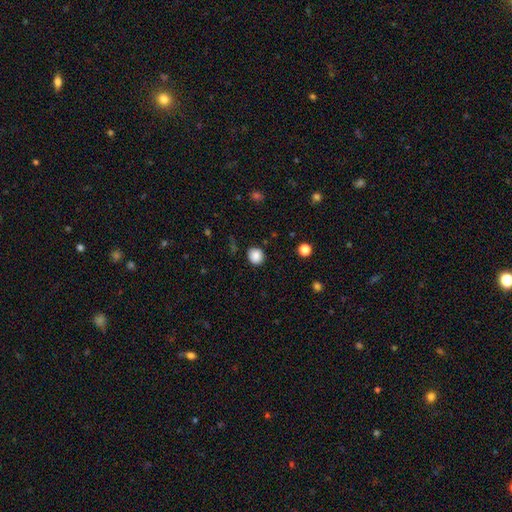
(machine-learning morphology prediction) Smooth or featured: smooth — 86% (star or artifact — 10%)
How rounded: round — 87% (in between — 12%)
Merging: none — 87% (minor disturbance — 9%)